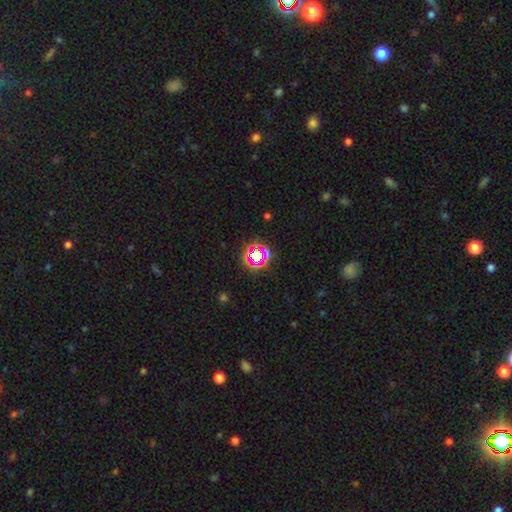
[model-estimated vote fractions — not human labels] Smooth or featured?
  - star or artifact: 62% *
  - smooth: 25%
  - featured or disk: 13%